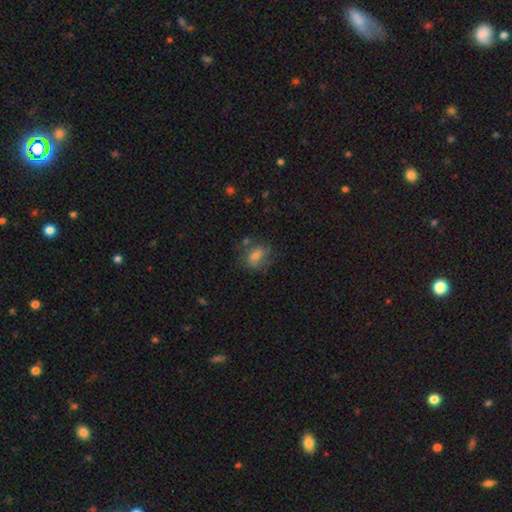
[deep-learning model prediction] smooth_or_featured: smooth (p=0.62) [alt: featured or disk p=0.27]
how_rounded: in between (p=0.61) [alt: round p=0.36]
merging: none (p=0.61) [alt: minor disturbance p=0.23]